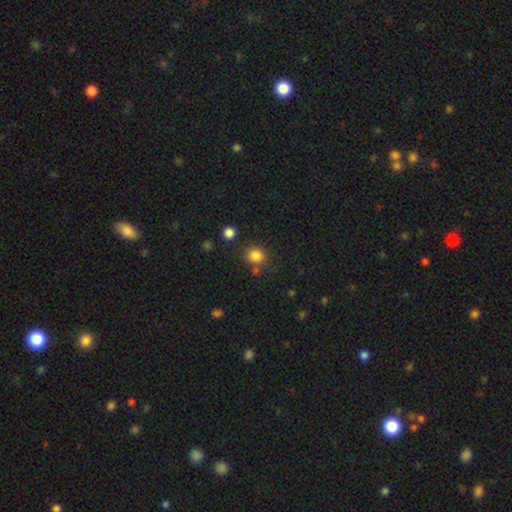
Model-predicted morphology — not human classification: Smooth or featured? Predicted: smooth (p=0.83). How rounded? Predicted: round (p=0.79). Merging? Predicted: none (p=0.77).